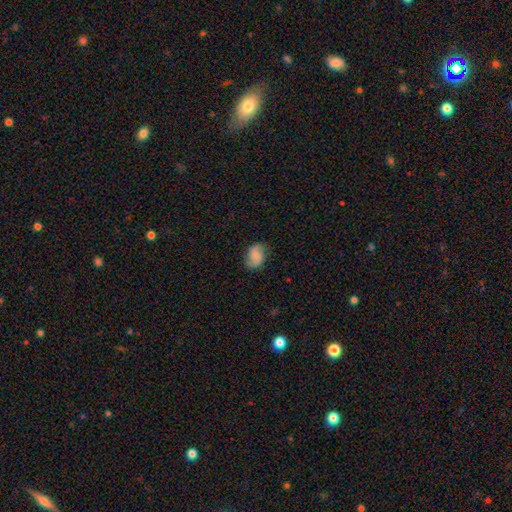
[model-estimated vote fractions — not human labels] smooth-or-featured: smooth: 55% | featured or disk: 36% | star or artifact: 9%
  how-rounded: in between: 77% | round: 22% | cigar-shaped: 1%
  merging: none: 74% | minor disturbance: 19% | major disturbance: 6% | merger: 1%